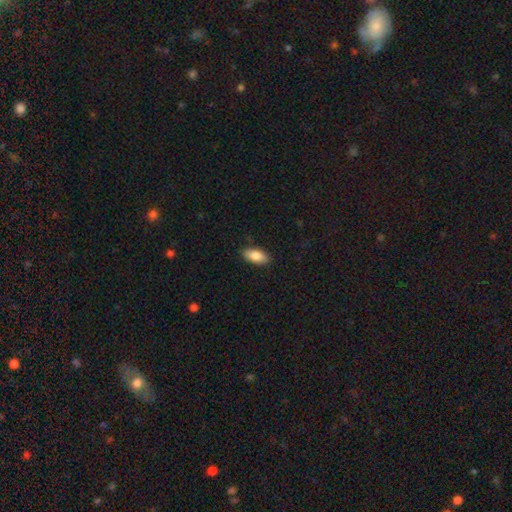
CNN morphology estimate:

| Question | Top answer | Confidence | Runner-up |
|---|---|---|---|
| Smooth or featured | smooth | 85% | featured or disk (9%) |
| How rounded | in between | 87% | cigar-shaped (11%) |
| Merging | none | 87% | minor disturbance (10%) |